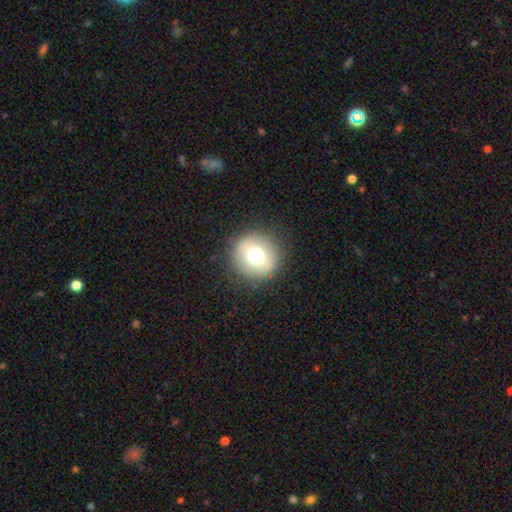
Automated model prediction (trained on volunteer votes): Q: Smooth or featured?
A: smooth (70%); runner-up: featured or disk (17%)
Q: How rounded?
A: round (95%); runner-up: in between (4%)
Q: Merging?
A: none (89%); runner-up: minor disturbance (7%)